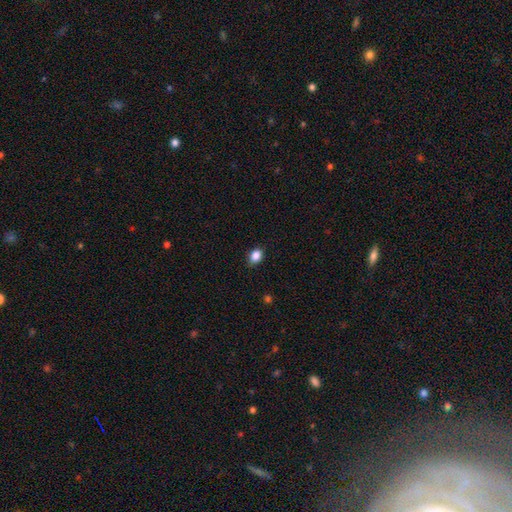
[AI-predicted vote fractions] This appears to be a smooth galaxy with no disk features (86%) that is in between round and cigar-shaped (68%). Merging: none (84%).